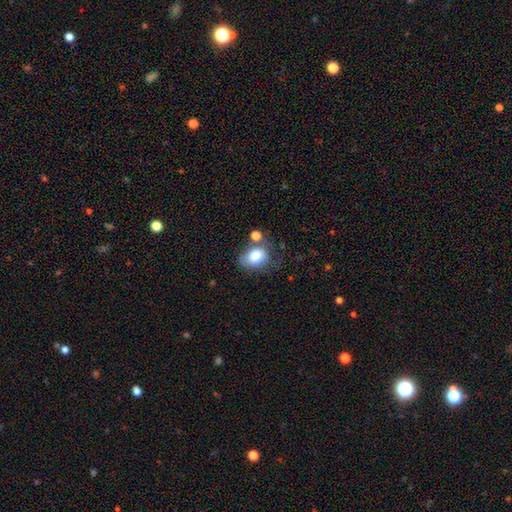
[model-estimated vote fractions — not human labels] This is likely a smooth galaxy (79%). How rounded: possibly in between (54%). Merging: possibly none (55%).